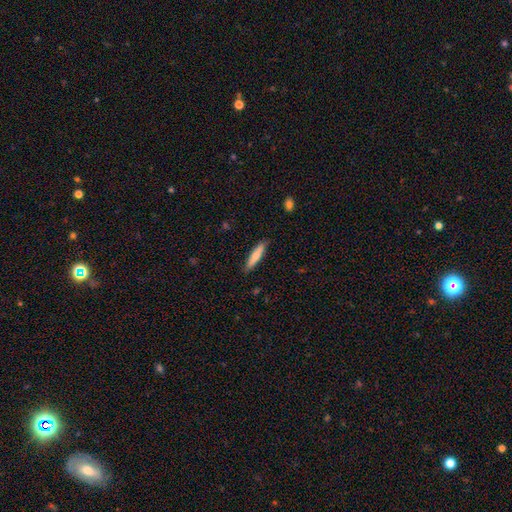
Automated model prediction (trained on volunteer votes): Smooth or featured: smooth — 66% (featured or disk — 29%)
How rounded: cigar-shaped — 85% (in between — 14%)
Merging: none — 87% (minor disturbance — 10%)